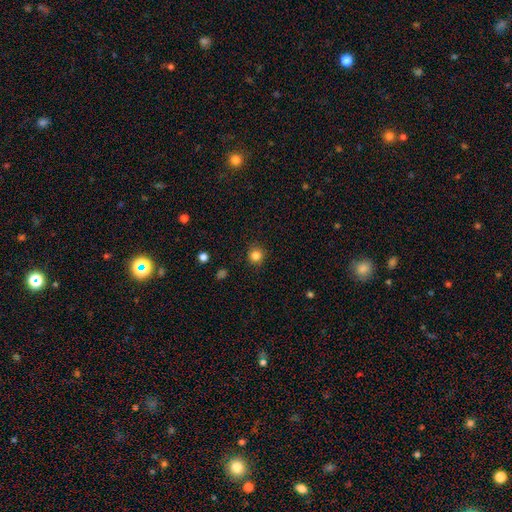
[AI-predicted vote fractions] smooth-or-featured: smooth: 84% | star or artifact: 12% | featured or disk: 5%
  how-rounded: round: 94% | in between: 6% | cigar-shaped: 1%
  merging: none: 91% | minor disturbance: 6% | major disturbance: 2% | merger: 1%